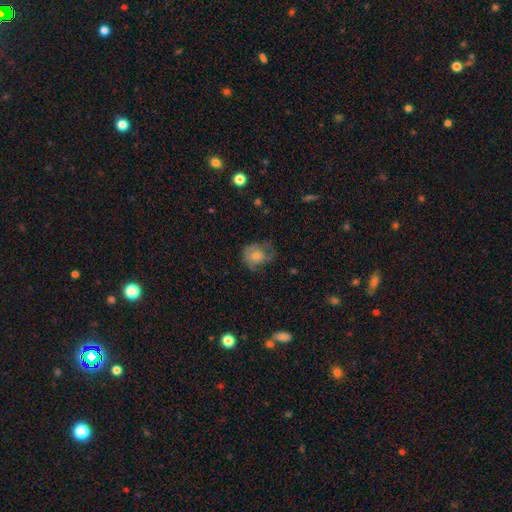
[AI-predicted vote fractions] A smooth galaxy with no disk features (66%) that is round (59%).

Vote fractions:
- Smooth or featured? smooth: 66% / featured or disk: 24% / star or artifact: 9%
- How rounded? round: 59% / in between: 40% / cigar-shaped: 1%
- Merging? none: 42% / minor disturbance: 31% / major disturbance: 25% / merger: 2%